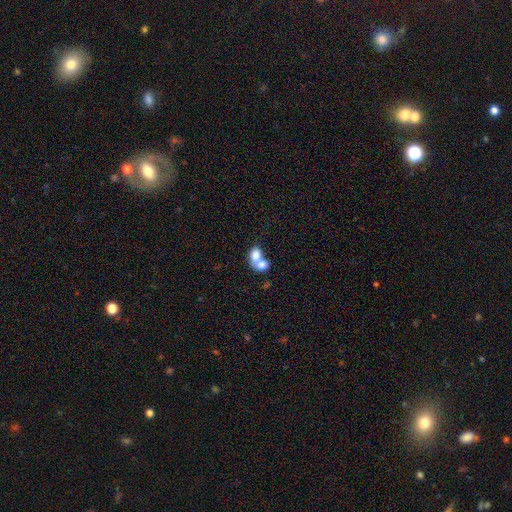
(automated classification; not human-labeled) Smooth or featured? smooth (75%)
How rounded? in between (63%)
Merging? merger (73%)